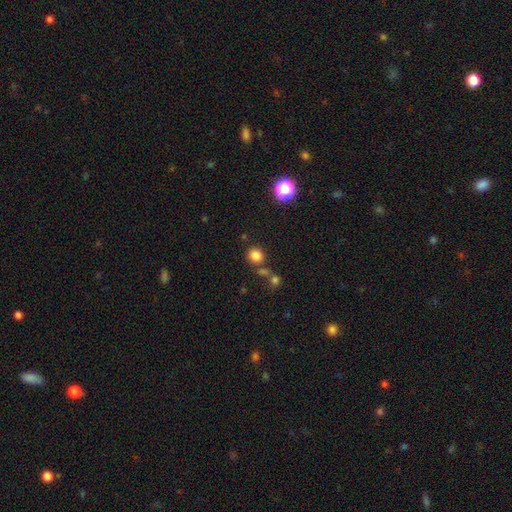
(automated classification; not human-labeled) A smooth galaxy with no disk features (80%) that is round (88%).

Vote fractions:
- Smooth or featured? smooth: 80% / star or artifact: 15% / featured or disk: 5%
- How rounded? round: 88% / in between: 11% / cigar-shaped: 1%
- Merging? none: 75% / merger: 12% / minor disturbance: 9% / major disturbance: 4%